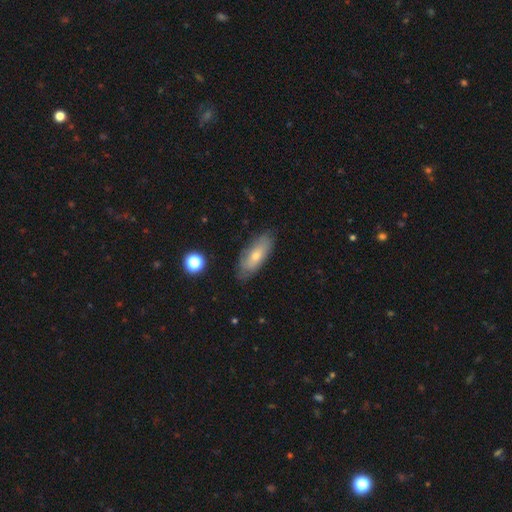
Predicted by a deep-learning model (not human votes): A smooth galaxy with no disk features (61%) that is in between round and cigar-shaped (73%).

Vote fractions:
- Smooth or featured? smooth: 61% / featured or disk: 32% / star or artifact: 7%
- How rounded? in between: 73% / cigar-shaped: 24% / round: 3%
- Merging? none: 76% / minor disturbance: 18% / major disturbance: 4% / merger: 2%